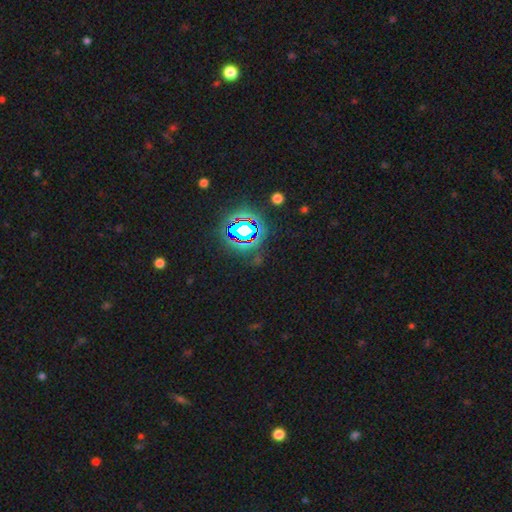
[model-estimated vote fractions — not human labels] A star or artifact, not a galaxy (81%).

Vote fractions:
- Smooth or featured? star or artifact: 81% / smooth: 12% / featured or disk: 8%